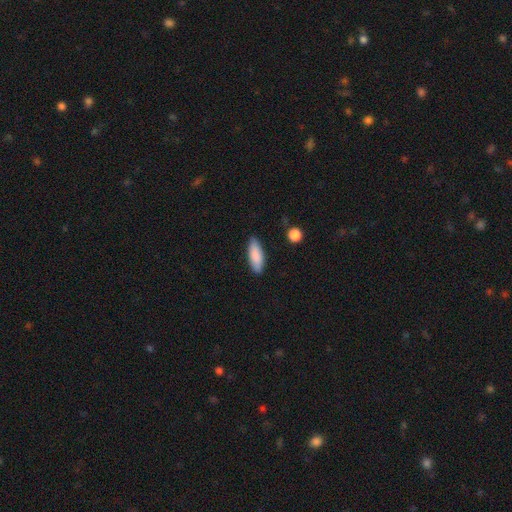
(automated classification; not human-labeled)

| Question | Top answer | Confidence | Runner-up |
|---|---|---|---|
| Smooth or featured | smooth | 87% | featured or disk (7%) |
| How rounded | in between | 66% | cigar-shaped (32%) |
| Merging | none | 86% | minor disturbance (10%) |